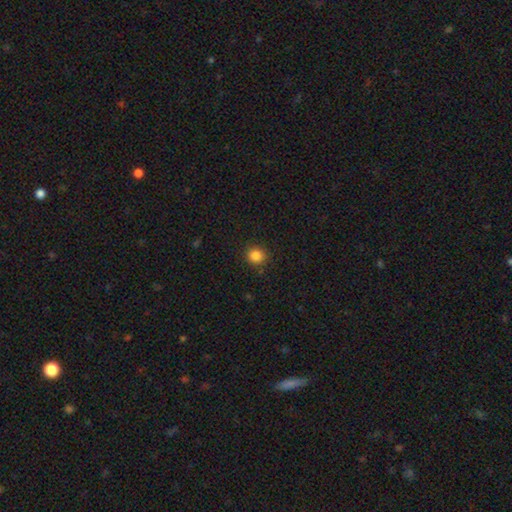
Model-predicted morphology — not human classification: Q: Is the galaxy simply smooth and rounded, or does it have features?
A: smooth — 85%.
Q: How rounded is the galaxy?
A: round — 88%.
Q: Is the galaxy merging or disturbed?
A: none — 89%.